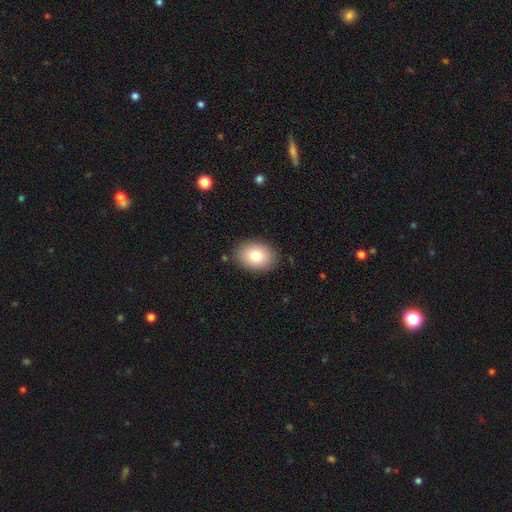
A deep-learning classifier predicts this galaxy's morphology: smooth 82%, featured or disk 10%, star or artifact 8%. Down the decision tree: how rounded — in between (73%); merging — none (87%).